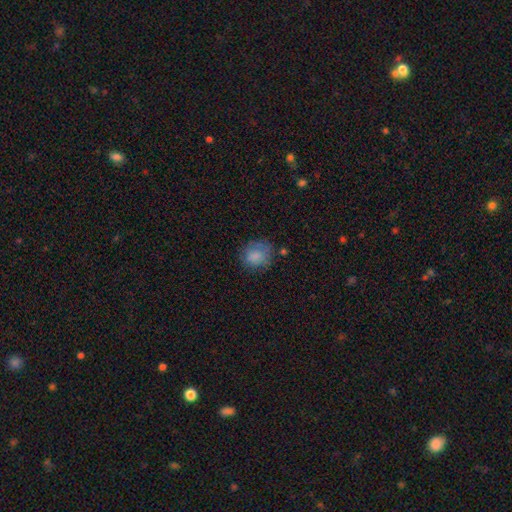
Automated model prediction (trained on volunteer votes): This is likely a smooth galaxy (78%). How rounded: likely round (77%). Merging: likely none (65%).